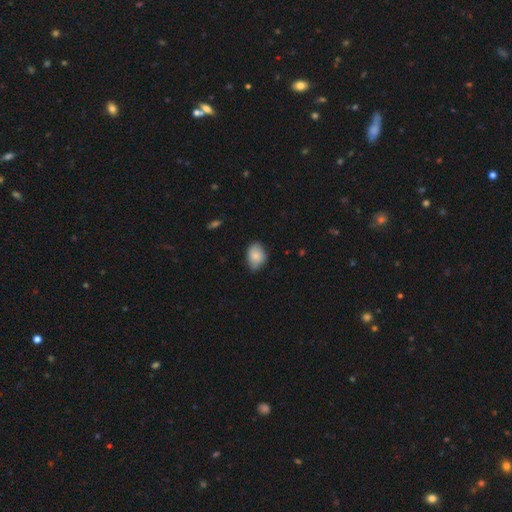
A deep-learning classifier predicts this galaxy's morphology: Smooth or featured: smooth — 81% (featured or disk — 12%)
How rounded: in between — 75% (round — 24%)
Merging: none — 66% (minor disturbance — 29%)